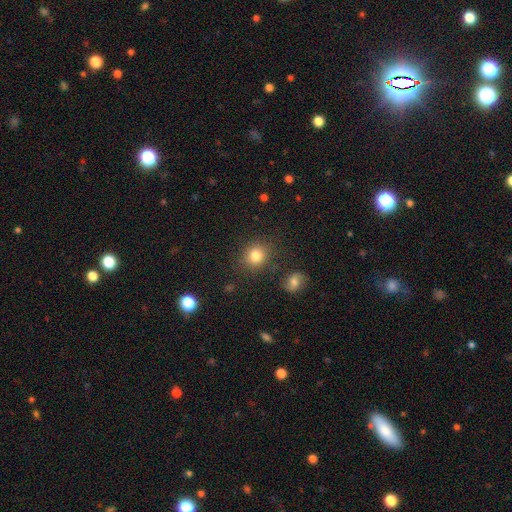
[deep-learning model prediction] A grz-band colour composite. It shows a smooth galaxy with no disk features (82%) that is round (79%). Merging: none (83%).